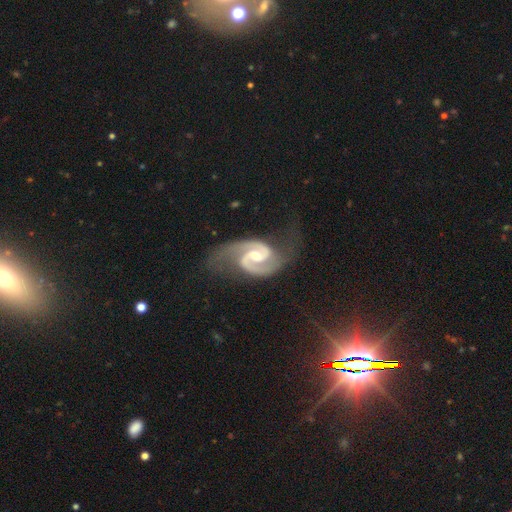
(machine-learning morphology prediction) This is clearly a featured or disk galaxy (94%). It is clearly not viewed edge-on (98%). Bar: possibly weak (53%). Spiral arm pattern: clearly yes (99%). Spiral arm count: clearly 2 (94%). Spiral winding: likely medium (62%). Central bulge: likely moderate (62%). Merging: likely none (63%).